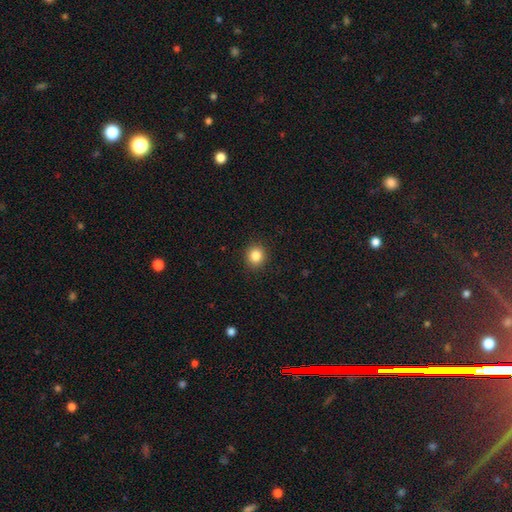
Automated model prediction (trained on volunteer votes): smooth_or_featured: smooth (p=0.85) [alt: star or artifact p=0.10]
how_rounded: round (p=0.86) [alt: in between p=0.13]
merging: none (p=0.91) [alt: minor disturbance p=0.06]